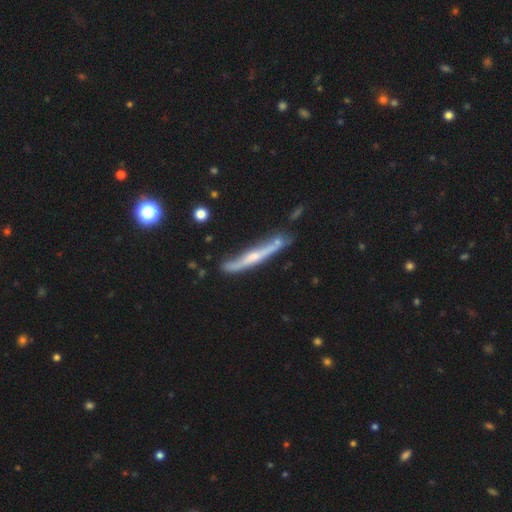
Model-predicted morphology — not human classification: Smooth or featured: featured or disk — 72% (smooth — 22%)
Edge-on disk: yes — 91% (no — 9%)
Edge-on bulge: rounded — 66% (none — 26%)
Merging: none — 65% (minor disturbance — 22%)